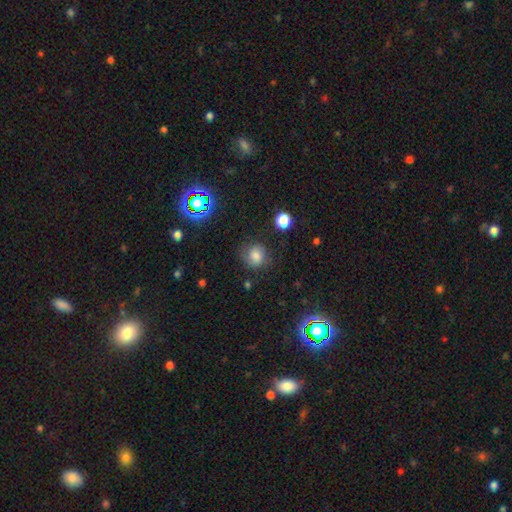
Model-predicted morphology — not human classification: smooth_or_featured: smooth (p=0.61) [alt: featured or disk p=0.23]
how_rounded: round (p=0.82) [alt: in between p=0.17]
merging: none (p=0.68) [alt: minor disturbance p=0.20]